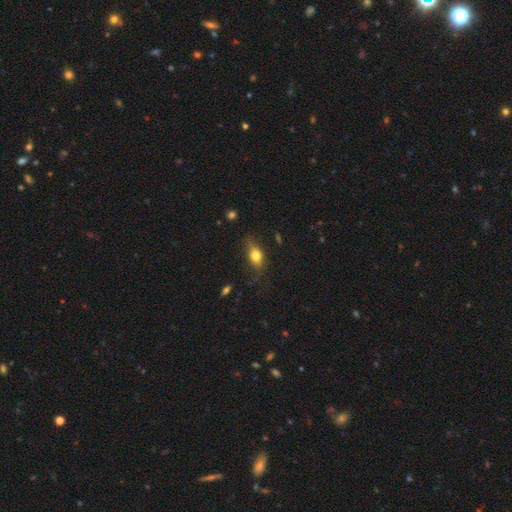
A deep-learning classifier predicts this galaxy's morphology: Smooth or featured?
  - smooth: 73% *
  - featured or disk: 18%
  - star or artifact: 9%
How rounded?
  - in between: 77% *
  - round: 12%
  - cigar-shaped: 11%
Merging?
  - none: 64% *
  - minor disturbance: 26%
  - major disturbance: 8%
  - merger: 2%